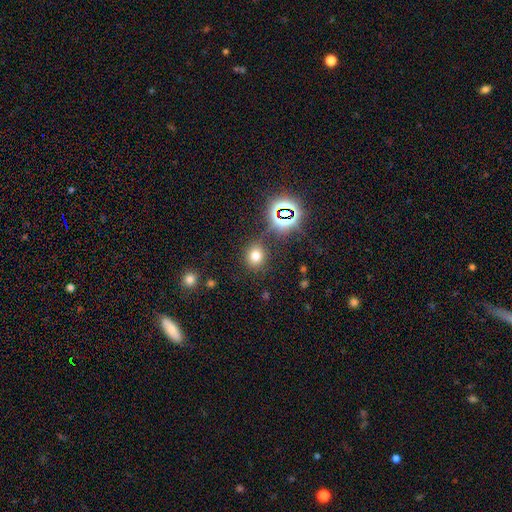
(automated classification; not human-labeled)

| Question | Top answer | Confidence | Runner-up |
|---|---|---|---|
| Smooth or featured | smooth | 69% | star or artifact (23%) |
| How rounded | round | 77% | in between (21%) |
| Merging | none | 82% | minor disturbance (10%) |